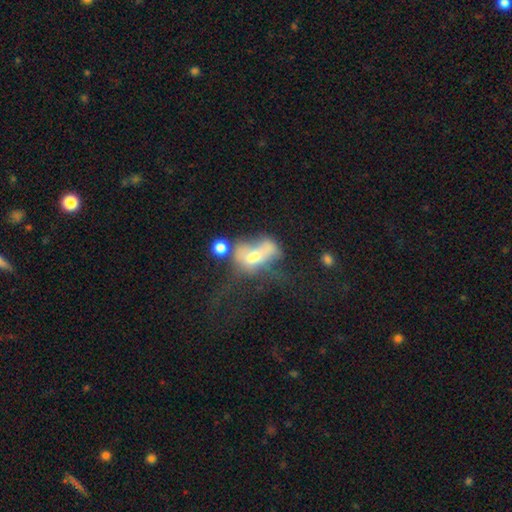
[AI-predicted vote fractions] smooth_or_featured: smooth (p=0.44) [alt: featured or disk p=0.42]
merging: merger (p=0.44) [alt: major disturbance p=0.29]